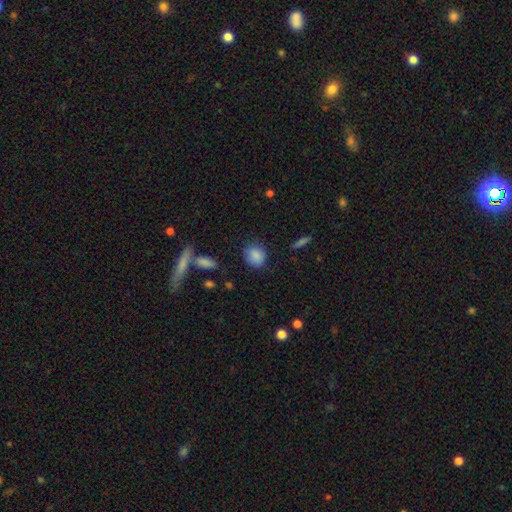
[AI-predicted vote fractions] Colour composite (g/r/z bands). It shows a smooth galaxy with no disk features (86%) that is round (65%). Merging: none (81%).